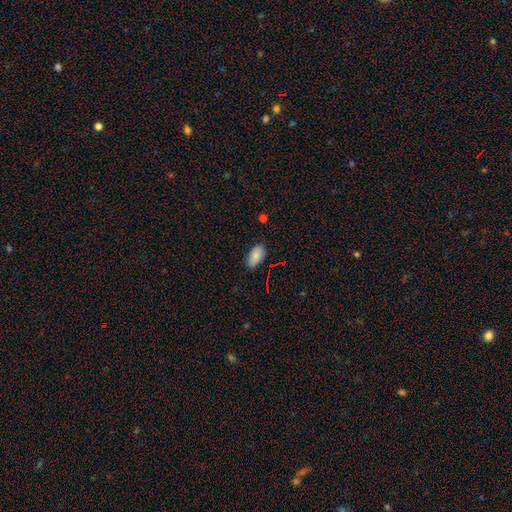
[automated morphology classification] Smooth or featured: smooth — 85% (star or artifact — 9%)
How rounded: in between — 94% (round — 4%)
Merging: none — 82% (minor disturbance — 14%)